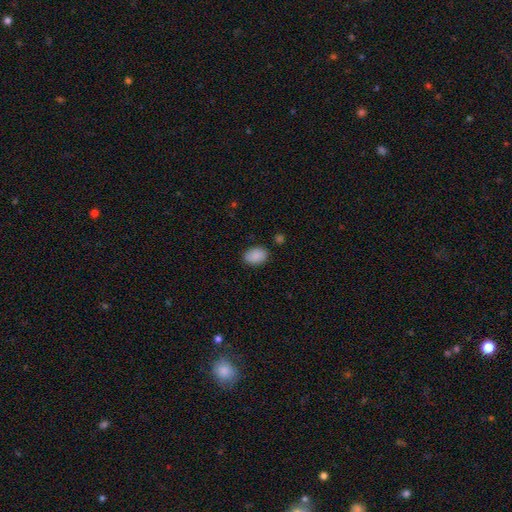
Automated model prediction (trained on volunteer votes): Smooth or featured: smooth — 89% (star or artifact — 7%)
How rounded: in between — 84% (round — 15%)
Merging: none — 84% (minor disturbance — 11%)